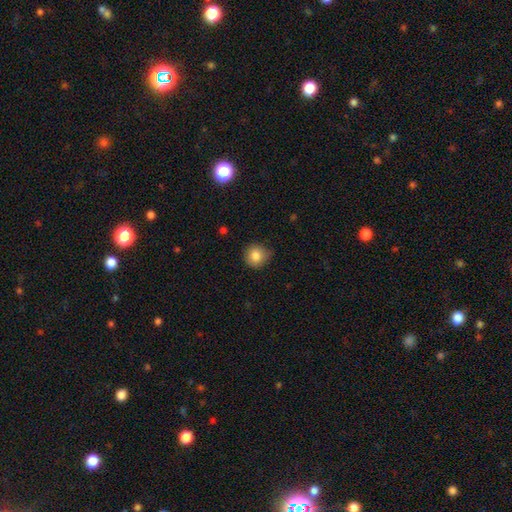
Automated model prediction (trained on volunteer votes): Smooth or featured? Predicted: smooth (p=0.84). How rounded? Predicted: round (p=0.90). Merging? Predicted: none (p=0.81).